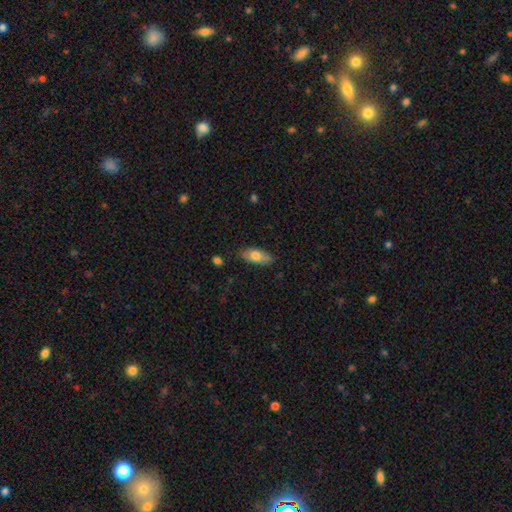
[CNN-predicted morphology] The model was most divided on "smooth or featured": smooth: 75%, featured or disk: 18%, star or artifact: 6%. More confident: how rounded — in between (87%); merging — none (80%).